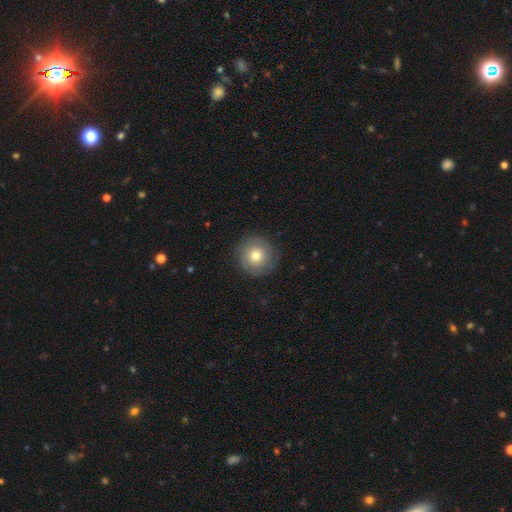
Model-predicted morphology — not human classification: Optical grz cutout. It shows a smooth galaxy with no disk features (55%) that is round (94%). Merging: none (85%).